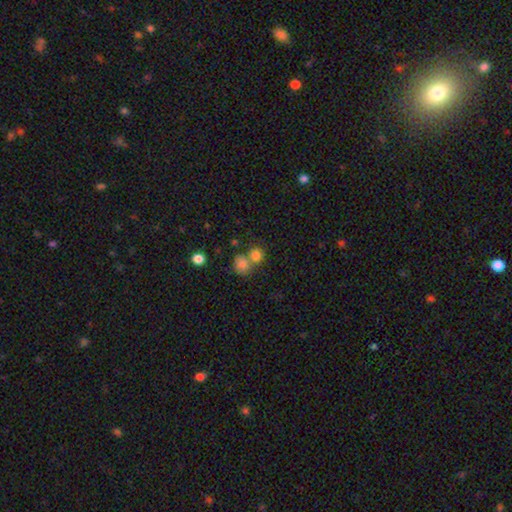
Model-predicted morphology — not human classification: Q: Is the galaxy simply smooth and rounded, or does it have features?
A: smooth — 79%.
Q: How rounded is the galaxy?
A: round — 83%.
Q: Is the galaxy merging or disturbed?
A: none — 48%.